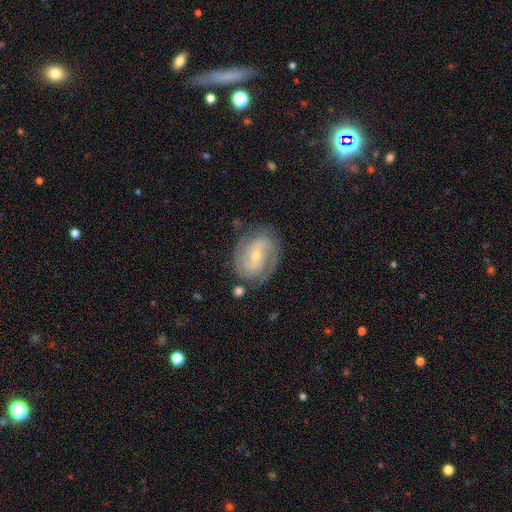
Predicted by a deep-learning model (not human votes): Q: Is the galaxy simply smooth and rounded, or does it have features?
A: featured or disk — 87%.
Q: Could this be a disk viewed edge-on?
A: no — 97%.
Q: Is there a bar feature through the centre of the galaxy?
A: weak — 44%.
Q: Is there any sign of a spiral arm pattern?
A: yes — 96%.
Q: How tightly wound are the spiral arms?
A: tight — 57%.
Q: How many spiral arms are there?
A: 2 — 76%.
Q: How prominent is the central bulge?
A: small — 59%.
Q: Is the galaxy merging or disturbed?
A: none — 77%.